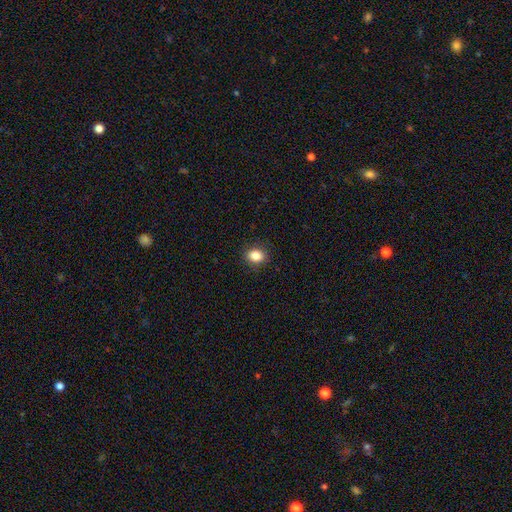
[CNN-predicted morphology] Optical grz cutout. It shows a smooth galaxy with no disk features (85%) that is round (52%). Merging: none (89%).